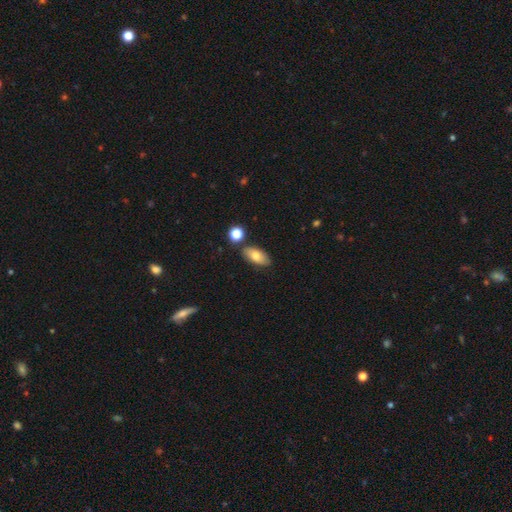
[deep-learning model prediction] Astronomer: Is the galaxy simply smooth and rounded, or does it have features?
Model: smooth — 76%.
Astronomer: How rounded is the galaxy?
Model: in between — 89%.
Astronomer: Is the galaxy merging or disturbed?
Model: none — 80%.